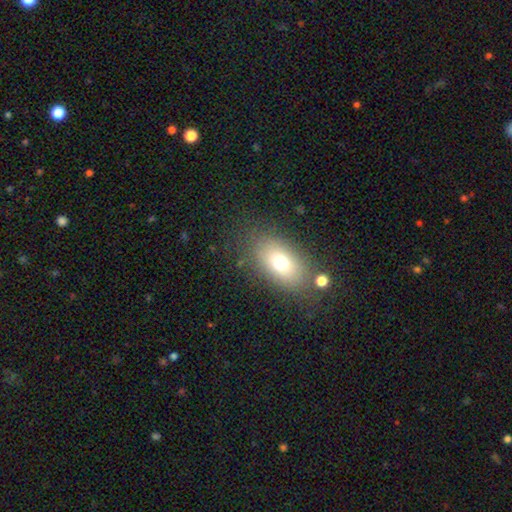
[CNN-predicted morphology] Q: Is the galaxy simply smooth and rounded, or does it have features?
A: smooth — 70%.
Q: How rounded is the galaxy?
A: in between — 83%.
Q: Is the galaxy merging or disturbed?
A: none — 80%.